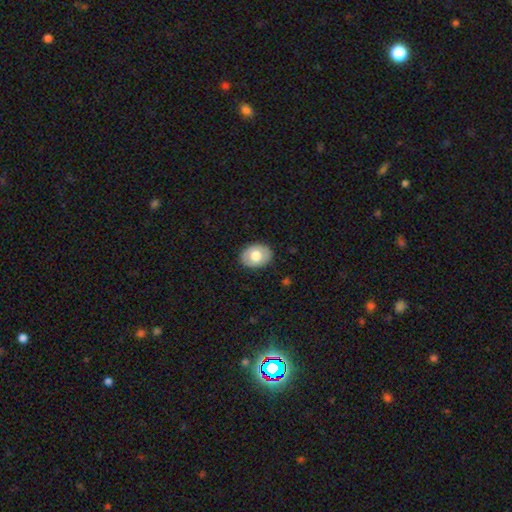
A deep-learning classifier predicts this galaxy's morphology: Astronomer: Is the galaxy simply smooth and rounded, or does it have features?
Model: smooth — 70%.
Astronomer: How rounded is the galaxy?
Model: in between — 64%.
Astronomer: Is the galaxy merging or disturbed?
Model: none — 87%.